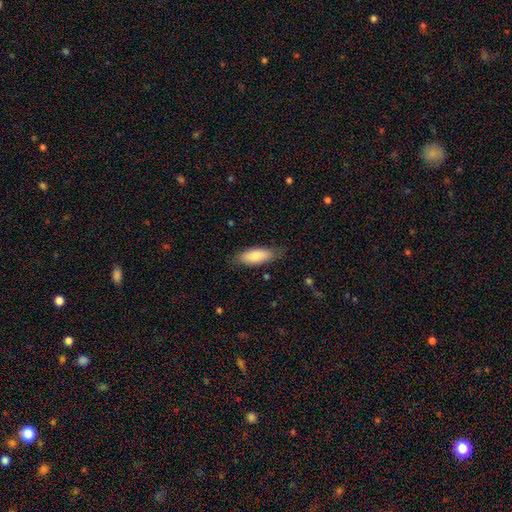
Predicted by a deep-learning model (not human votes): smooth 78%, featured or disk 16%, star or artifact 6%. Down the decision tree: how rounded — in between (73%); merging — none (81%).